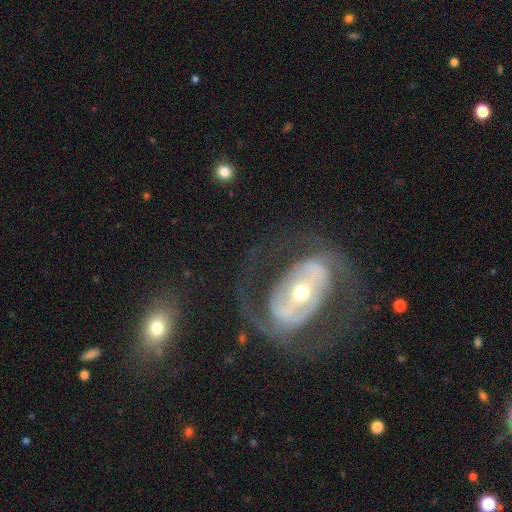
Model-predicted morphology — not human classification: Smooth or featured?
  - featured or disk: 79% *
  - smooth: 14%
  - star or artifact: 7%
Edge-on disk?
  - no: 94% *
  - yes: 6%
Bar?
  - no: 43% *
  - strong: 32%
  - weak: 25%
Spiral arms?
  - yes: 60% *
  - no: 40%
Bulge size?
  - moderate: 56% *
  - small: 34%
  - large: 7%
  - dominant: 2%
  - none: 1%
Merging?
  - none: 67% *
  - major disturbance: 17%
  - minor disturbance: 13%
  - merger: 2%